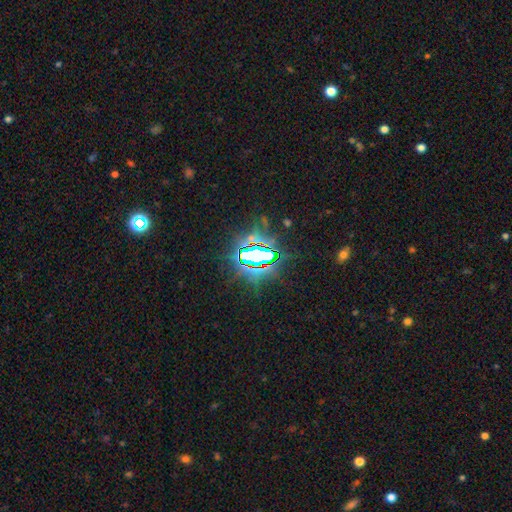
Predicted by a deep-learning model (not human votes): A star or artifact, not a galaxy (77%).

Vote fractions:
- Smooth or featured? star or artifact: 77% / smooth: 12% / featured or disk: 11%